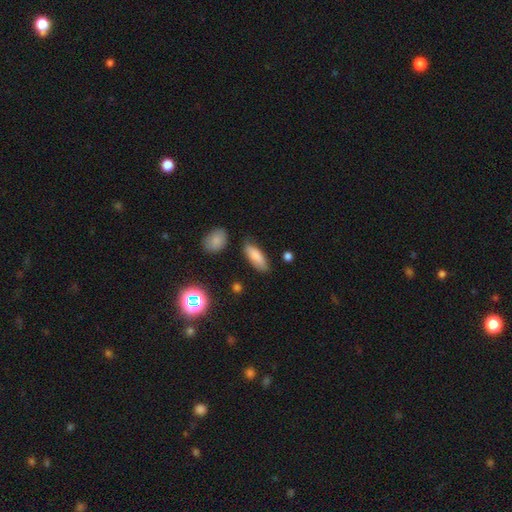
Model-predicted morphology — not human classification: Smooth or featured? Predicted: smooth (p=0.83). How rounded? Predicted: in between (p=0.71). Merging? Predicted: none (p=0.75).